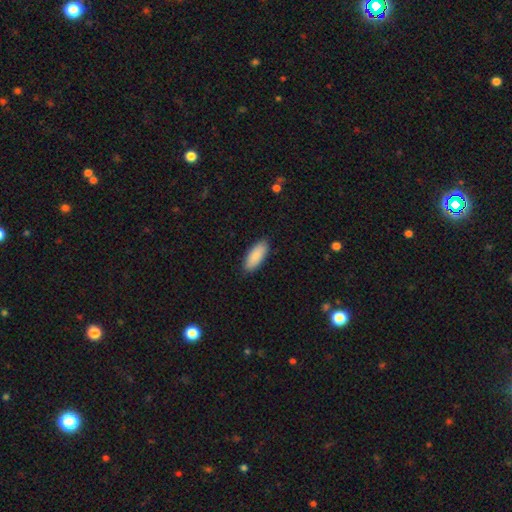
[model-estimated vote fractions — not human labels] smooth_or_featured: smooth (p=0.90) [alt: star or artifact p=0.05]
how_rounded: in between (p=0.81) [alt: cigar-shaped p=0.18]
merging: none (p=0.88) [alt: minor disturbance p=0.09]